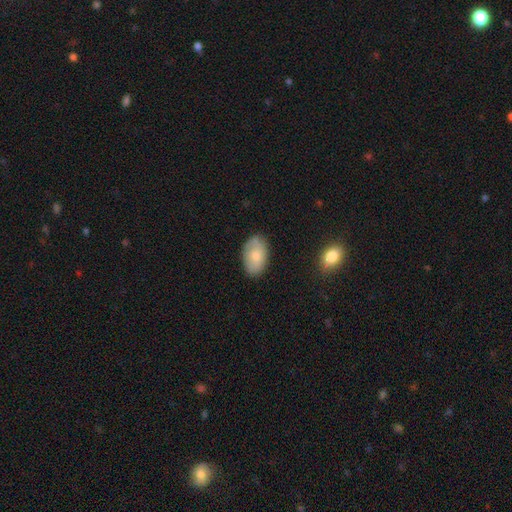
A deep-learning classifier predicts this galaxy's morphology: Q: Smooth or featured?
A: smooth (72%); runner-up: featured or disk (22%)
Q: How rounded?
A: in between (93%); runner-up: round (6%)
Q: Merging?
A: none (75%); runner-up: minor disturbance (19%)